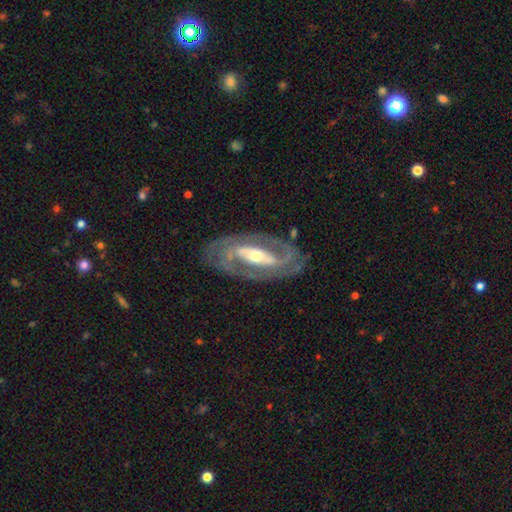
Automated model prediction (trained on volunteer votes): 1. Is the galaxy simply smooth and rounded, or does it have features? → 88% featured or disk, 8% smooth, 4% star or artifact.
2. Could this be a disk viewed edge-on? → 93% no, 7% yes.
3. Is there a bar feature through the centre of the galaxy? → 58% strong, 23% weak, 19% no.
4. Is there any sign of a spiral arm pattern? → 91% yes, 9% no.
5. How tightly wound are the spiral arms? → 44% tight, 43% medium, 13% loose.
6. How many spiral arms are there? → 84% 2, 7% can't tell, 4% 3, 2% 1, 2% 4, 1% more than 4.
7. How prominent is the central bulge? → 58% moderate, 32% small, 8% large, 1% dominant, 1% none.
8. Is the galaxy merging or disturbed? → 78% none, 14% minor disturbance, 7% major disturbance, 2% merger.